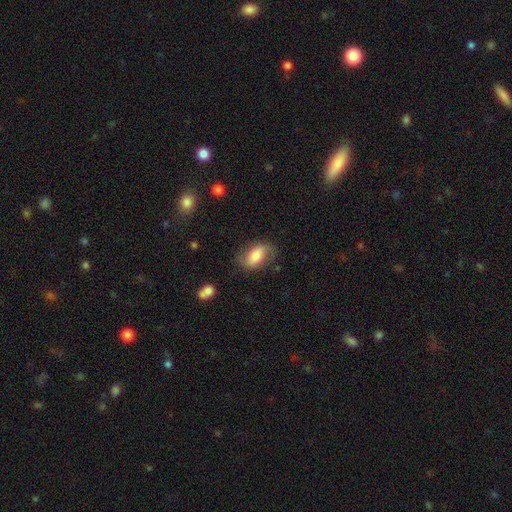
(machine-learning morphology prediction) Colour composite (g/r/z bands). It shows a smooth galaxy with no disk features (59%) that is in between round and cigar-shaped (88%). Merging: none (67%).